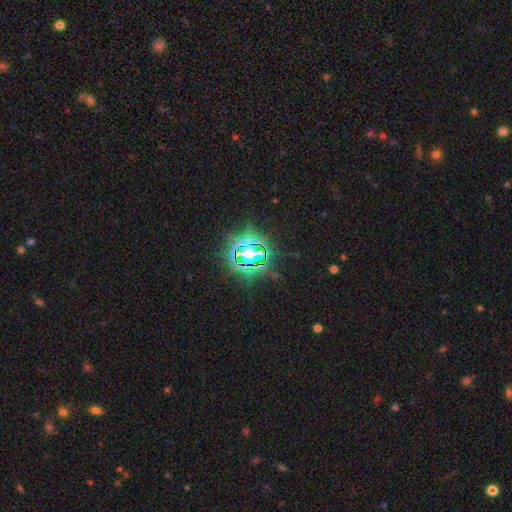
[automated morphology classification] star or artifact 79%, smooth 11%, featured or disk 10%.